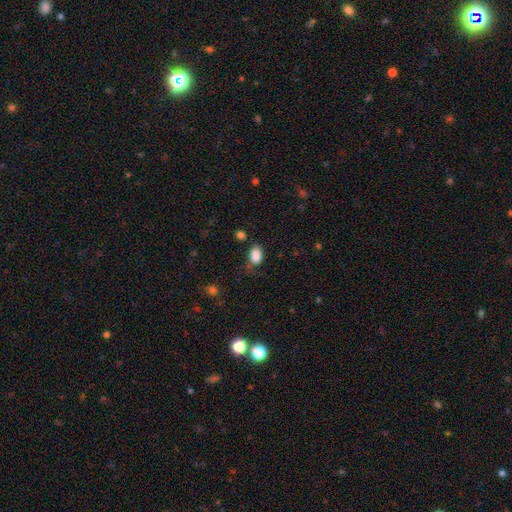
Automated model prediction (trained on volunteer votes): Morphology: type=smooth (87%); roundness=in between (84%); merging=none (69%).